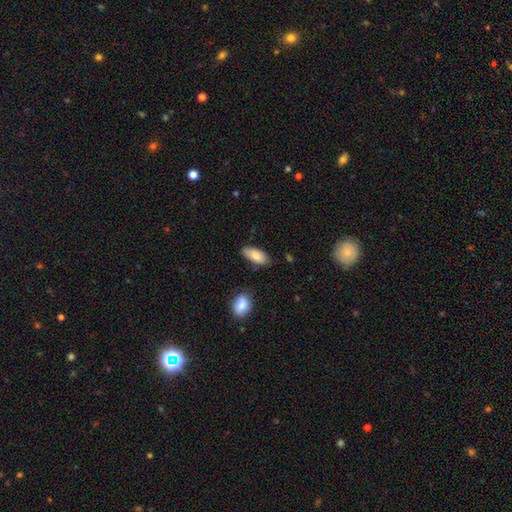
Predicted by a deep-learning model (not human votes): smooth-or-featured: smooth: 85% | featured or disk: 9% | star or artifact: 6%
  how-rounded: in between: 88% | cigar-shaped: 10% | round: 2%
  merging: none: 77% | minor disturbance: 17% | major disturbance: 3% | merger: 3%